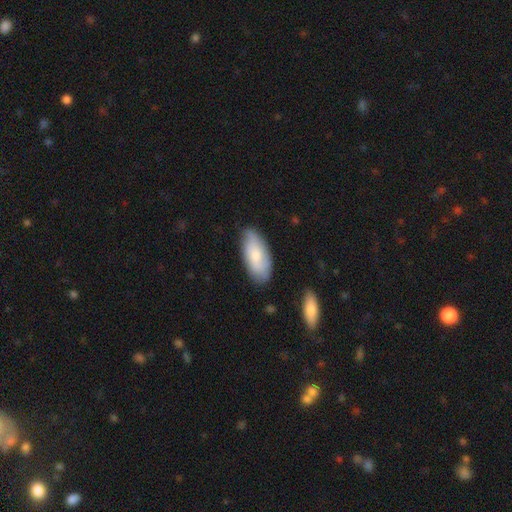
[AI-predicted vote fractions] smooth 69%, featured or disk 25%, star or artifact 6%. Down the decision tree: how rounded — in between (88%); merging — none (74%).